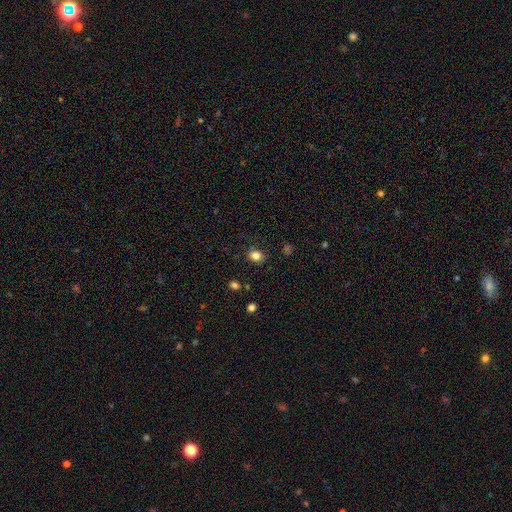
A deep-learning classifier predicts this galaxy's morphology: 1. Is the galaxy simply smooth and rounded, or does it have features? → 82% smooth, 12% star or artifact, 6% featured or disk.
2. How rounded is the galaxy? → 57% round, 42% in between, 1% cigar-shaped.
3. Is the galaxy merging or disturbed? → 83% none, 12% minor disturbance, 3% major disturbance, 2% merger.